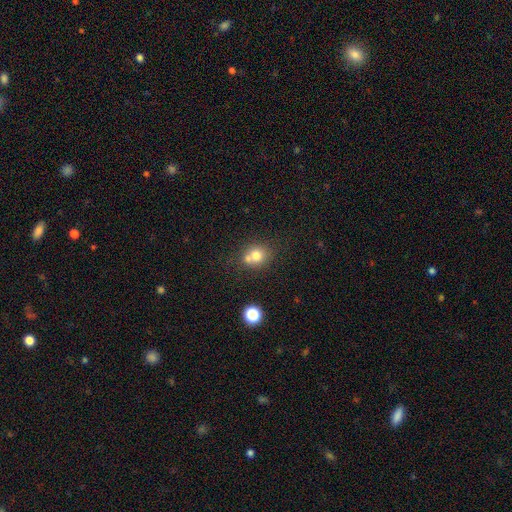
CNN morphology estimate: Smooth or featured: smooth — 73% (featured or disk — 14%)
How rounded: round — 75% (in between — 24%)
Merging: none — 49% (merger — 37%)